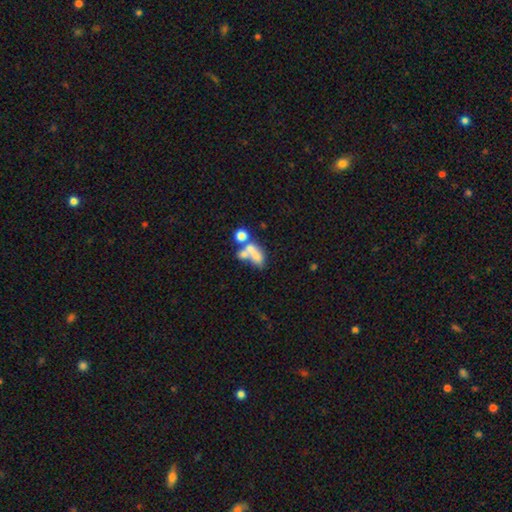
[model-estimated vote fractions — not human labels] smooth-or-featured: smooth: 56% | featured or disk: 30% | star or artifact: 14%
  how-rounded: in between: 72% | round: 17% | cigar-shaped: 10%
  merging: merger: 55% | none: 23% | major disturbance: 13% | minor disturbance: 10%